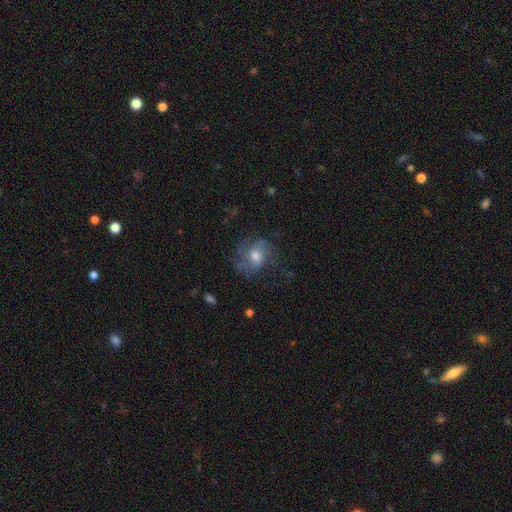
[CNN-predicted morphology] Smooth or featured? featured or disk (58%)
Edge-on disk? no (97%)
Bar? no (62%)
Spiral arms? yes (80%)
Bulge size? moderate (60%)
Merging? none (56%)